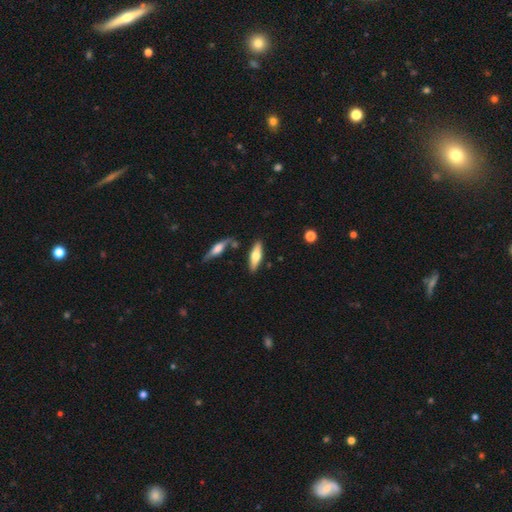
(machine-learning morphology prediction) Smooth or featured? Predicted: smooth (p=0.48). Merging? Predicted: none (p=0.80).